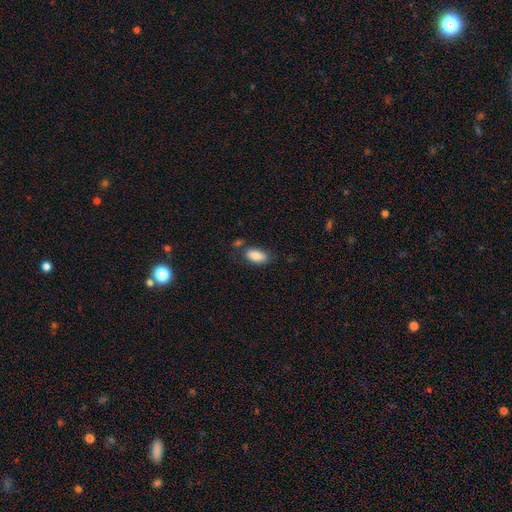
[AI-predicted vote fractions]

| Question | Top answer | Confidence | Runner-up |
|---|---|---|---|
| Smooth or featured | smooth | 85% | featured or disk (8%) |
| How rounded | in between | 91% | cigar-shaped (6%) |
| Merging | none | 69% | minor disturbance (18%) |